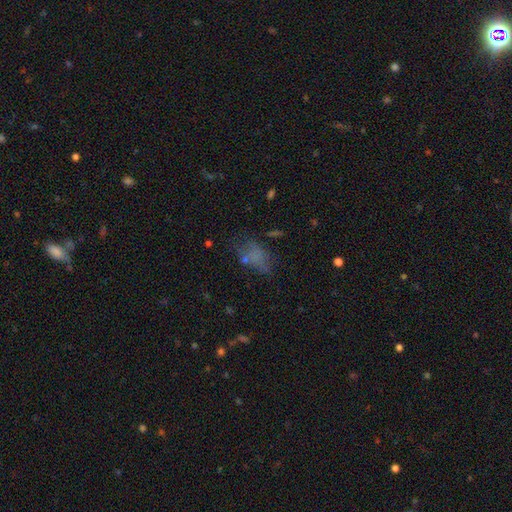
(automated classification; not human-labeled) smooth-or-featured: smooth: 58% | featured or disk: 22% | star or artifact: 20%
  how-rounded: in between: 82% | round: 11% | cigar-shaped: 7%
  merging: none: 44% | major disturbance: 26% | minor disturbance: 23% | merger: 7%